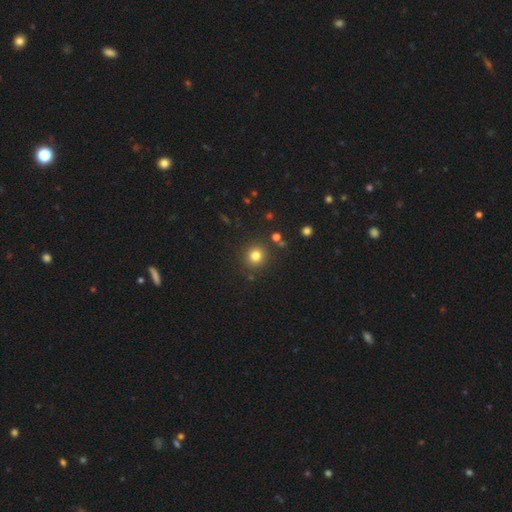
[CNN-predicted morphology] type=smooth (80%); roundness=round (92%); merging=none (88%).